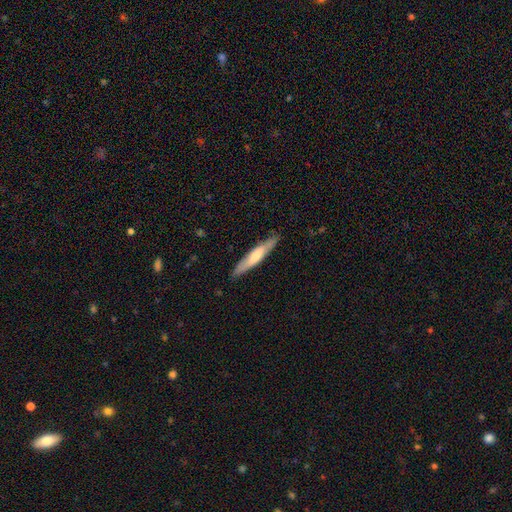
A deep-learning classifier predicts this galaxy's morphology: The model was most divided on "smooth or featured": smooth: 49%, featured or disk: 45%, star or artifact: 6%. More confident: merging — none (88%).